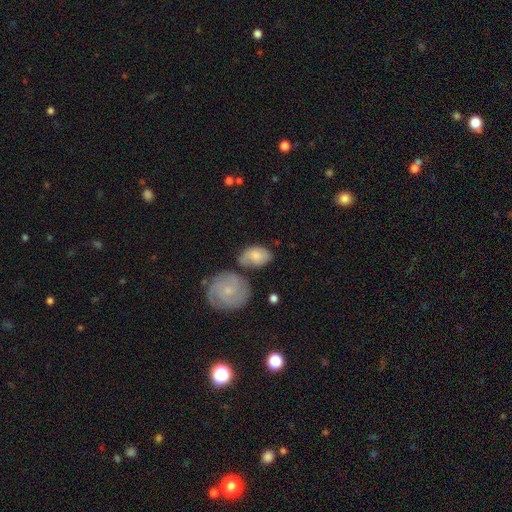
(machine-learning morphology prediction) Q: Smooth or featured?
A: smooth (64%); runner-up: featured or disk (29%)
Q: How rounded?
A: in between (83%); runner-up: round (16%)
Q: Merging?
A: none (46%); runner-up: minor disturbance (24%)